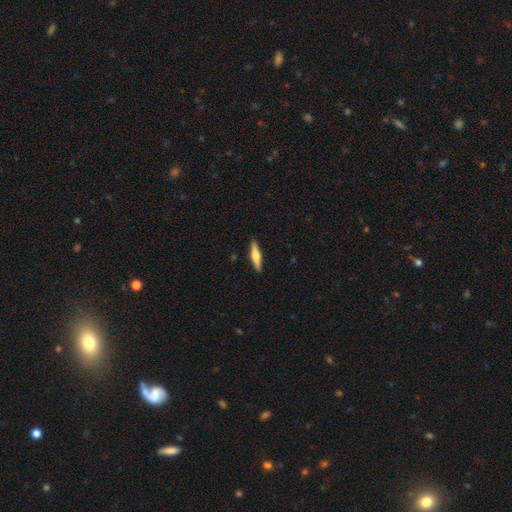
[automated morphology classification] A featured or disk galaxy (55%) viewed edge-on (96%) with a rounded central bulge (91%). Merging: none (91%).